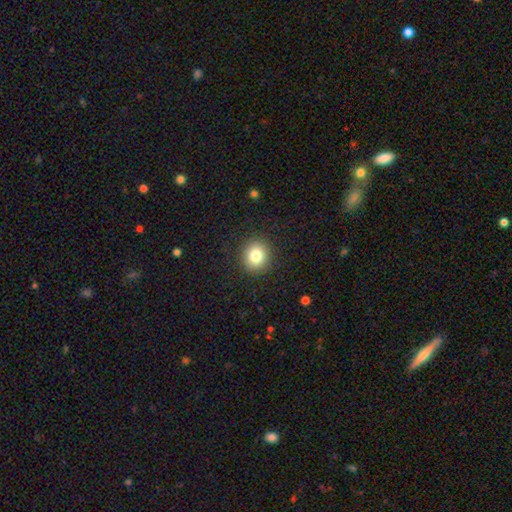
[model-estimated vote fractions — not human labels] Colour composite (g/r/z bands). It shows a smooth galaxy with no disk features (81%) that is round (82%). Merging: none (90%).